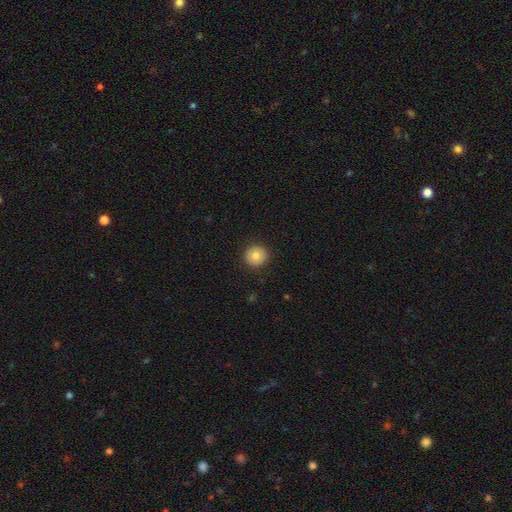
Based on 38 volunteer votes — Overall: smooth (84%). How rounded: round (91%). Merging: none (81%).